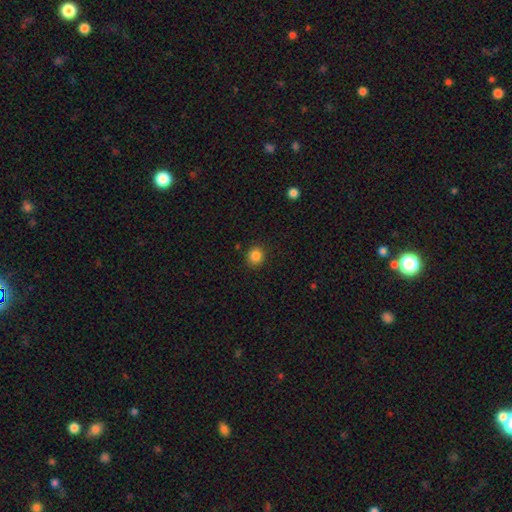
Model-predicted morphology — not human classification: type=smooth (85%); roundness=round (86%); merging=none (89%).